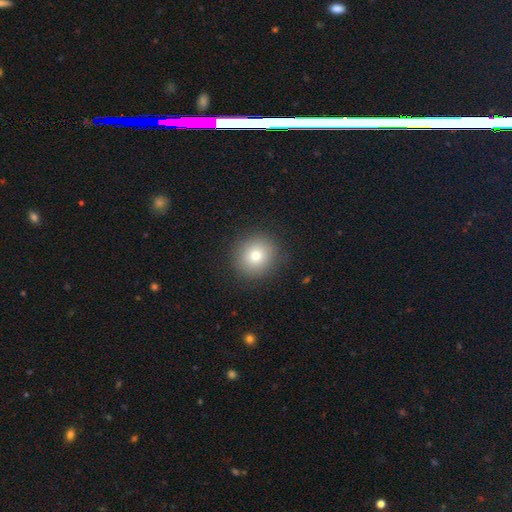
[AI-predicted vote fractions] This appears to be a smooth galaxy with no disk features (78%) that is round (89%). Merging: none (90%).